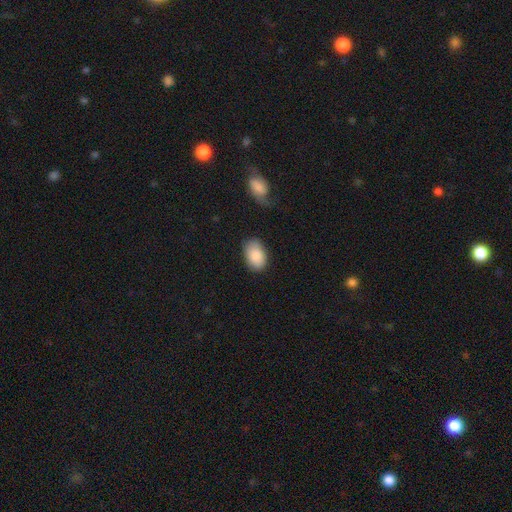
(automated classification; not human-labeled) A smooth galaxy with no disk features (88%) that is in between round and cigar-shaped (89%).

Vote fractions:
- Smooth or featured? smooth: 88% / star or artifact: 6% / featured or disk: 6%
- How rounded? in between: 89% / round: 10% / cigar-shaped: 1%
- Merging? none: 74% / minor disturbance: 19% / major disturbance: 5% / merger: 3%